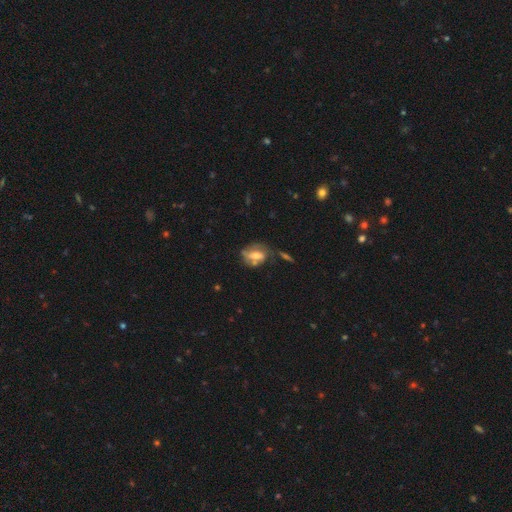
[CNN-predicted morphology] Smooth or featured? featured or disk (47%)
Merging? none (45%)